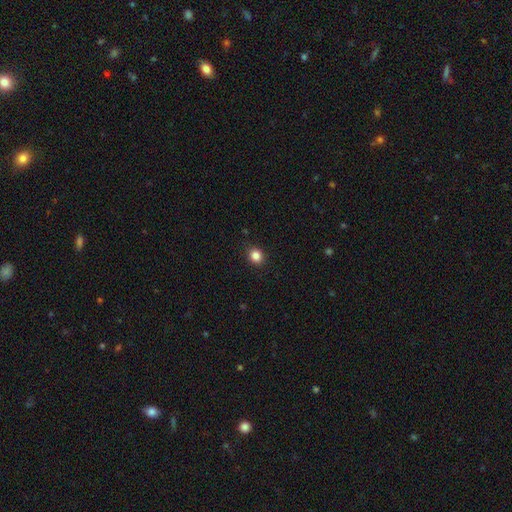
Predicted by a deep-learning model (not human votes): Q: Smooth or featured?
A: smooth (84%); runner-up: star or artifact (11%)
Q: How rounded?
A: round (79%); runner-up: in between (20%)
Q: Merging?
A: none (91%); runner-up: minor disturbance (7%)